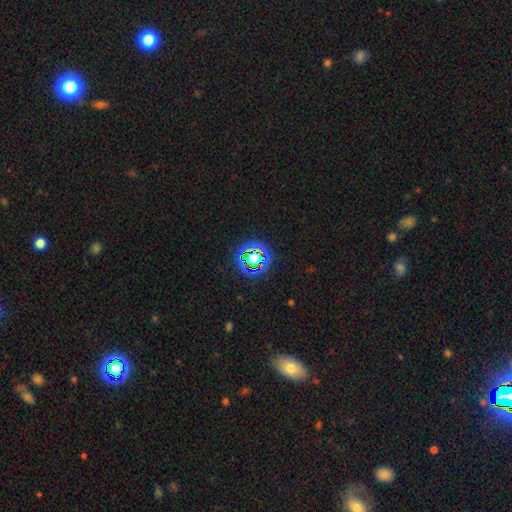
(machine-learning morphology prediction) smooth_or_featured: star or artifact (p=0.62) [alt: smooth p=0.26]